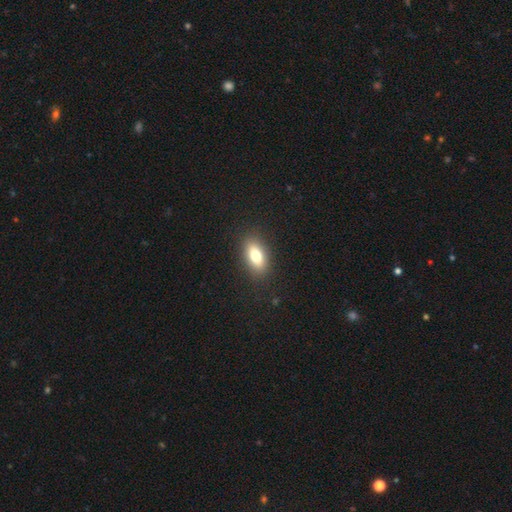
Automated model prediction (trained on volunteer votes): Smooth or featured? Predicted: smooth (p=0.77). How rounded? Predicted: in between (p=0.85). Merging? Predicted: none (p=0.88).